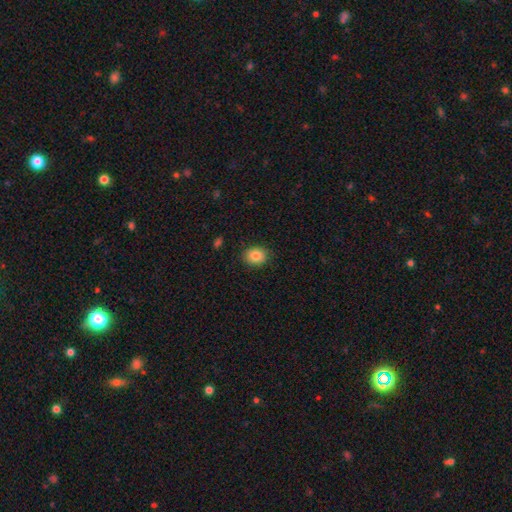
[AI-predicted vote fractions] The model was most divided on "how rounded": round: 59%, in between: 40%, cigar-shaped: 1%. More confident: merging — none (88%); smooth or featured — smooth (85%).